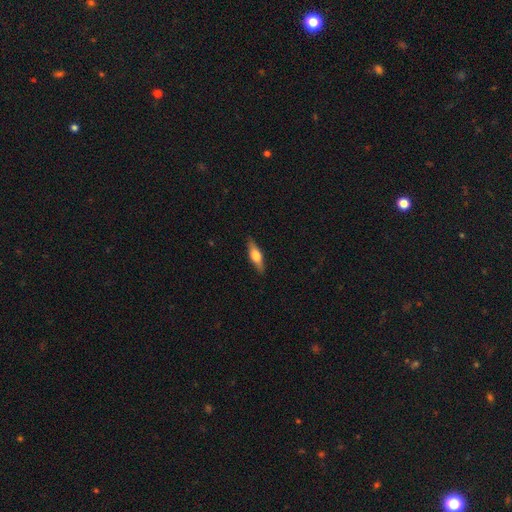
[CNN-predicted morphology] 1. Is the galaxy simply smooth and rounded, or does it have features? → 49% featured or disk, 45% smooth, 6% star or artifact.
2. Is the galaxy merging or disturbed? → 89% none, 8% minor disturbance, 2% major disturbance, 1% merger.